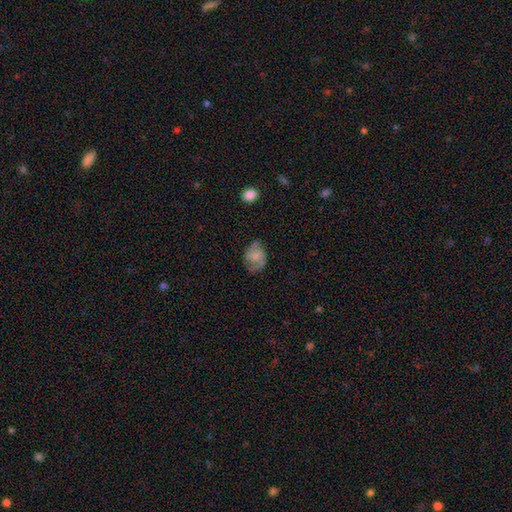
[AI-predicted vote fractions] The model was most divided on "bulge size": small: 37%, moderate: 32%, none: 22%, large: 8%, dominant: 2%. More confident: edge-on disk — no (97%); spiral arms — yes (86%); bar — no (62%); merging — none (61%); smooth or featured — featured or disk (54%).